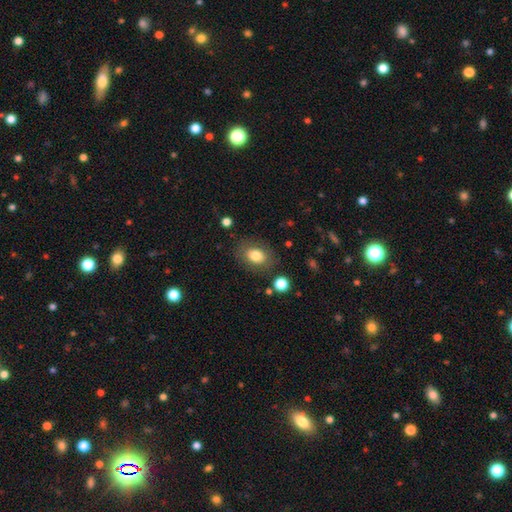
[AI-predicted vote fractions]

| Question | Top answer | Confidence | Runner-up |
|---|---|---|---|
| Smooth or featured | smooth | 80% | featured or disk (11%) |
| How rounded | in between | 70% | round (29%) |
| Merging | none | 81% | minor disturbance (12%) |